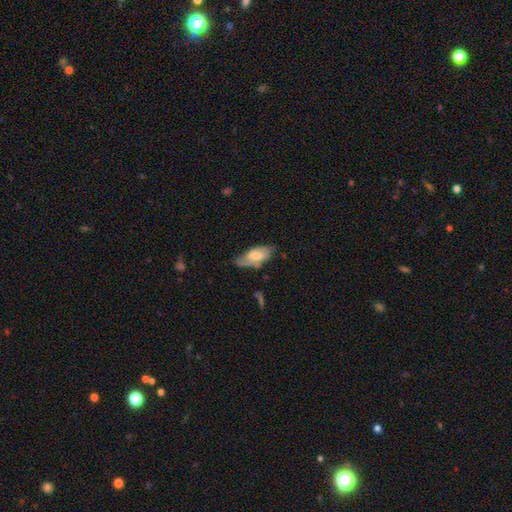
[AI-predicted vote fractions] Smooth or featured?
  - smooth: 55% *
  - featured or disk: 39%
  - star or artifact: 7%
How rounded?
  - in between: 86% *
  - cigar-shaped: 11%
  - round: 2%
Merging?
  - none: 50% *
  - minor disturbance: 34%
  - major disturbance: 12%
  - merger: 3%